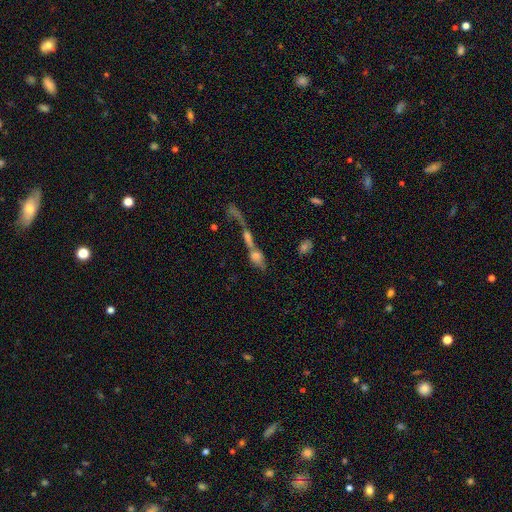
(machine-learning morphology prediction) type=smooth (45%); merging=merger (71%).